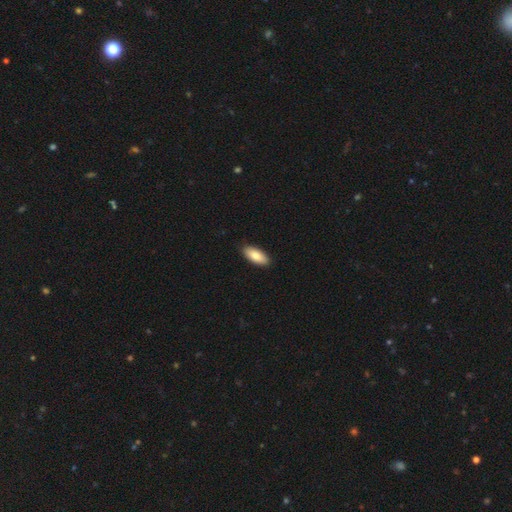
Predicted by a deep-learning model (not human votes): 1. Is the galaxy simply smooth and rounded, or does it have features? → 83% smooth, 11% featured or disk, 6% star or artifact.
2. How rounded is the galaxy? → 87% in between, 11% cigar-shaped, 2% round.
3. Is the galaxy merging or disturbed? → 90% none, 8% minor disturbance, 1% major disturbance, 1% merger.